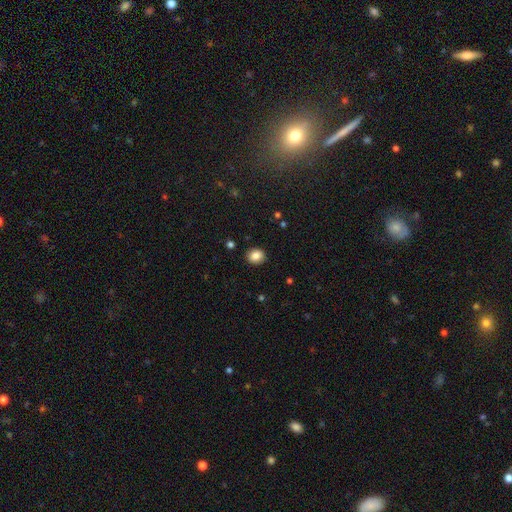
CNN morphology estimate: A smooth galaxy with no disk features (85%) that is round (67%). Merging: none (89%).